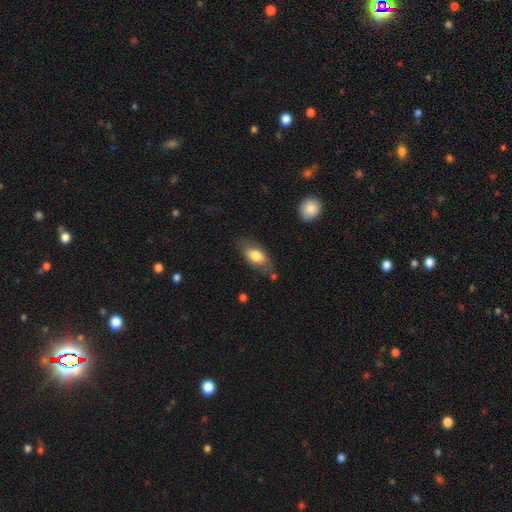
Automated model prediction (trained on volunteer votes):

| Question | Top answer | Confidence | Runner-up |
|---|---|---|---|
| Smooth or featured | smooth | 72% | featured or disk (22%) |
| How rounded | in between | 89% | cigar-shaped (7%) |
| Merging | none | 68% | minor disturbance (21%) |